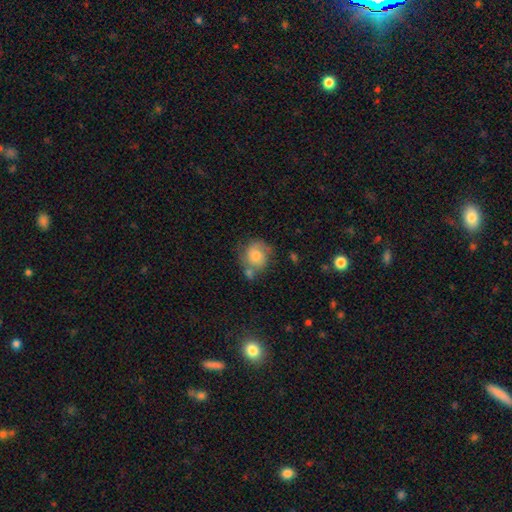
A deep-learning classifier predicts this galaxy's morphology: A smooth galaxy with no disk features (59%) that is round (78%).

Vote fractions:
- Smooth or featured? smooth: 59% / featured or disk: 33% / star or artifact: 8%
- How rounded? round: 78% / in between: 21% / cigar-shaped: 1%
- Merging? none: 53% / minor disturbance: 24% / merger: 14% / major disturbance: 9%